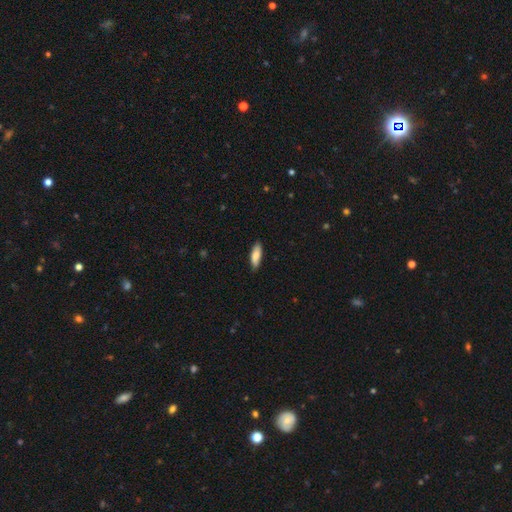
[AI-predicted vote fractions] A smooth galaxy with no disk features (79%) that is in between round and cigar-shaped (57%). Merging: none (86%).